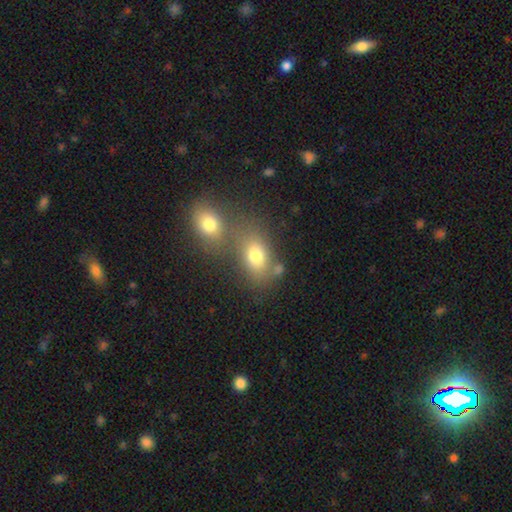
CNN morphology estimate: Smooth or featured? smooth (74%)
How rounded? in between (73%)
Merging? none (43%)